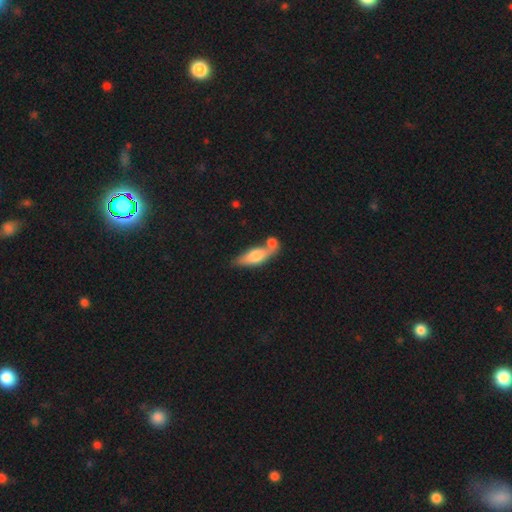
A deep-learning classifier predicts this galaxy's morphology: smooth_or_featured: smooth (p=0.64) [alt: featured or disk p=0.30]
how_rounded: in between (p=0.57) [alt: cigar-shaped p=0.40]
merging: none (p=0.42) [alt: merger p=0.40]